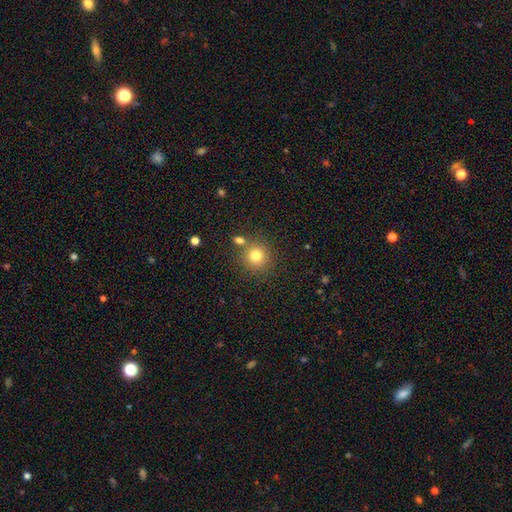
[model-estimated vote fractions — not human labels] smooth 79%, star or artifact 13%, featured or disk 8%. Down the decision tree: how rounded — round (92%); merging — none (76%).